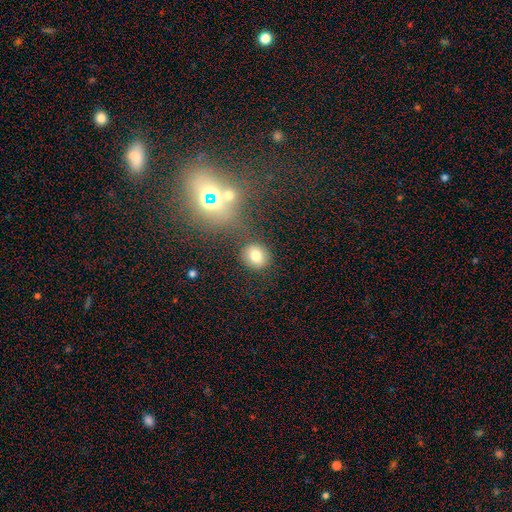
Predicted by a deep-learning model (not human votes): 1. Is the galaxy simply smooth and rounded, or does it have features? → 78% smooth, 13% star or artifact, 9% featured or disk.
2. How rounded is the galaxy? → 78% round, 21% in between, 1% cigar-shaped.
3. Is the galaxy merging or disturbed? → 79% none, 10% minor disturbance, 7% merger, 4% major disturbance.